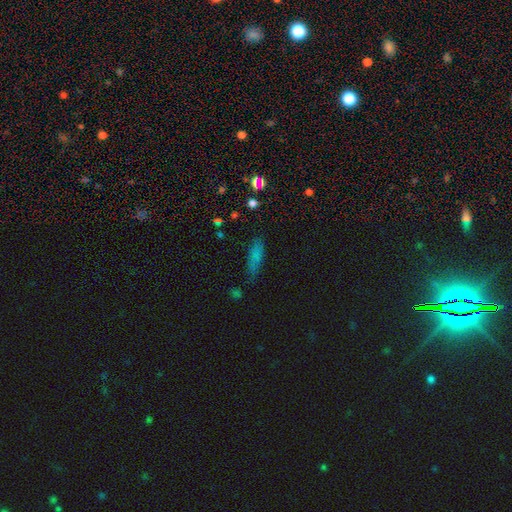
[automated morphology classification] smooth_or_featured: smooth (p=0.74) [alt: star or artifact p=0.14]
how_rounded: cigar-shaped (p=0.54) [alt: in between p=0.43]
merging: none (p=0.73) [alt: minor disturbance p=0.19]